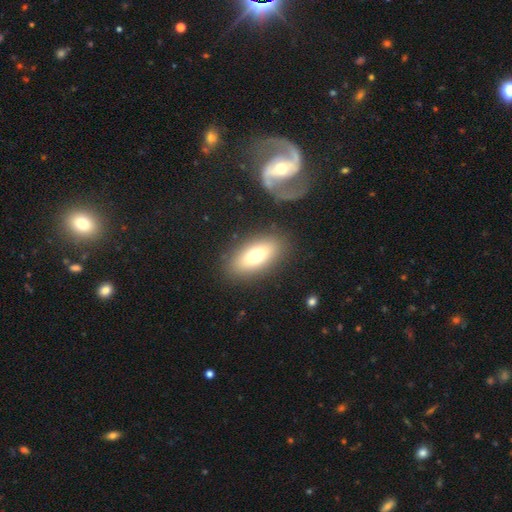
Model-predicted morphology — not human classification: type=smooth (70%); roundness=in between (83%); merging=none (83%).